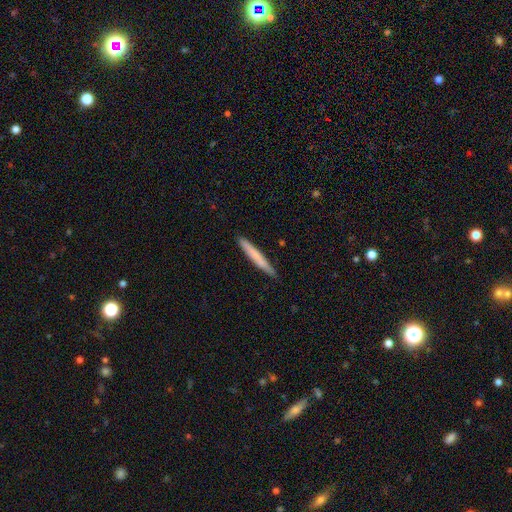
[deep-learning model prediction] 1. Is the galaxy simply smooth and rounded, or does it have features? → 70% smooth, 25% featured or disk, 5% star or artifact.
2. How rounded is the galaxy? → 96% cigar-shaped, 2% in between, 1% round.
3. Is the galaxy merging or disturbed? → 89% none, 8% minor disturbance, 1% major disturbance, 1% merger.